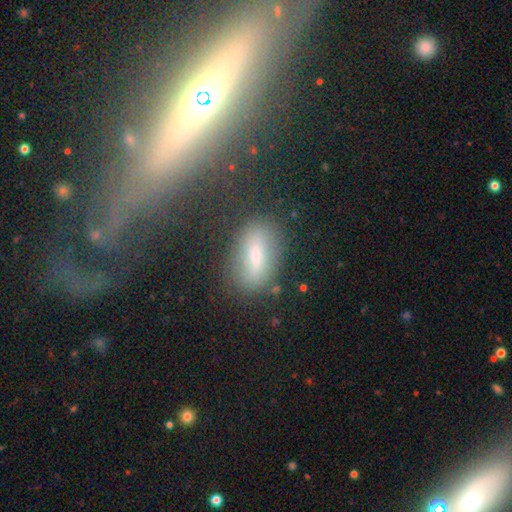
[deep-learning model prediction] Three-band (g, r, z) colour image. It shows a smooth galaxy with no disk features (59%) that is in between round and cigar-shaped (80%). Merging: none (80%).